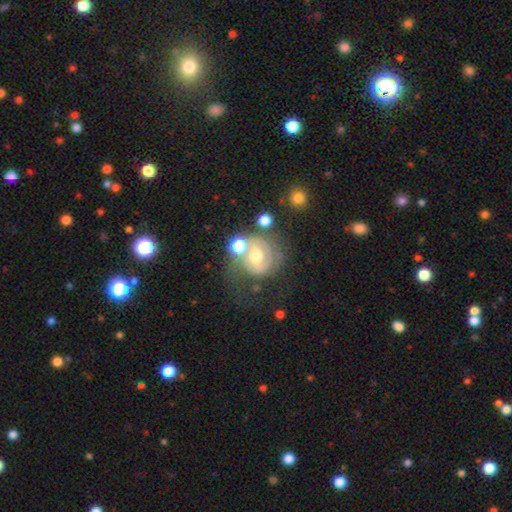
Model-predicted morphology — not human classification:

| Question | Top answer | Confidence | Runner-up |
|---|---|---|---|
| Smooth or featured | featured or disk | 60% | smooth (30%) |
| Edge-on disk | no | 97% | yes (3%) |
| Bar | no | 59% | weak (29%) |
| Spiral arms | yes | 57% | no (43%) |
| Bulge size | moderate | 68% | small (14%) |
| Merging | none | 41% | major disturbance (23%) |